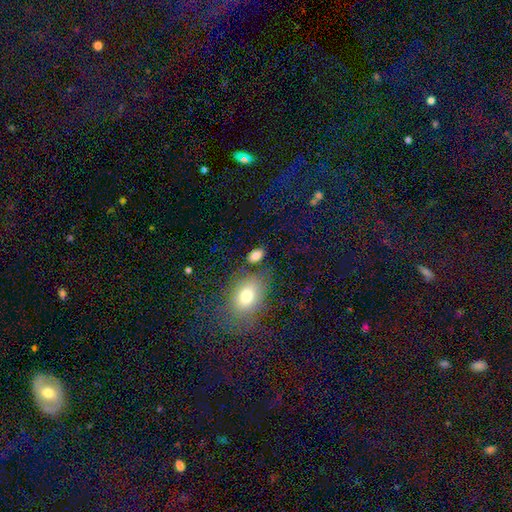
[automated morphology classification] The model was most divided on "merging": none: 72%, minor disturbance: 14%, merger: 9%, major disturbance: 5%. More confident: how rounded — in between (88%); smooth or featured — smooth (83%).